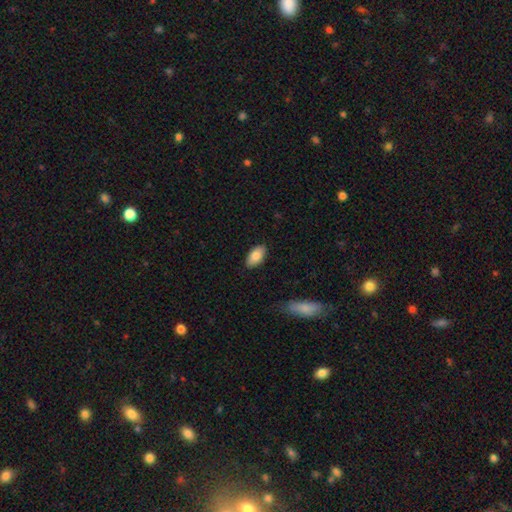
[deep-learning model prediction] This appears to be a smooth galaxy with no disk features (85%) that is in between round and cigar-shaped (94%). Merging: none (87%).